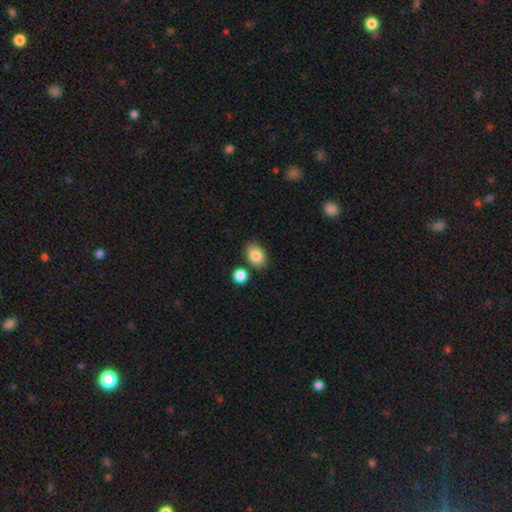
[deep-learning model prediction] Smooth or featured? Predicted: smooth (p=0.86). How rounded? Predicted: in between (p=0.78). Merging? Predicted: none (p=0.77).